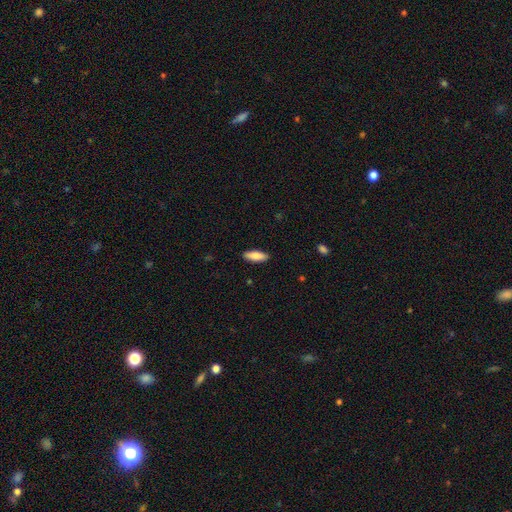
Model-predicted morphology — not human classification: Smooth or featured? Predicted: smooth (p=0.84). How rounded? Predicted: in between (p=0.64). Merging? Predicted: none (p=0.89).